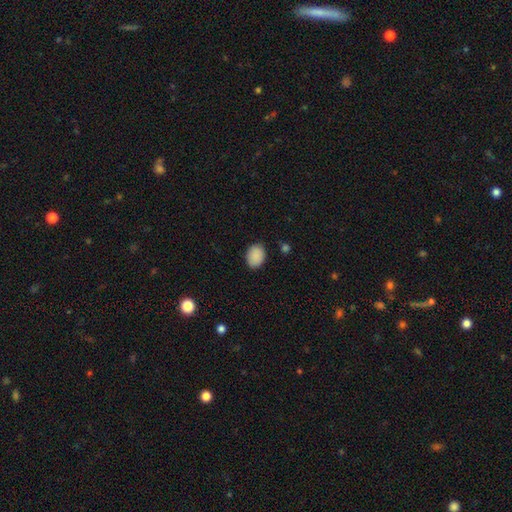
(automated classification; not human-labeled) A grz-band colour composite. It shows a smooth galaxy with no disk features (89%) that is in between round and cigar-shaped (67%). Merging: none (85%).